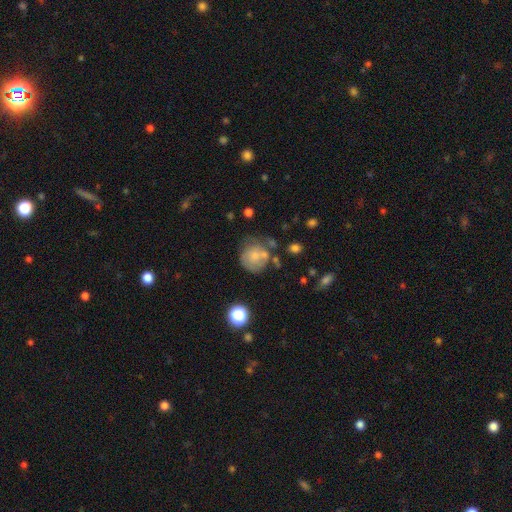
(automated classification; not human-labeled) Smooth or featured? Predicted: smooth (p=0.65). How rounded? Predicted: round (p=0.82). Merging? Predicted: none (p=0.45).